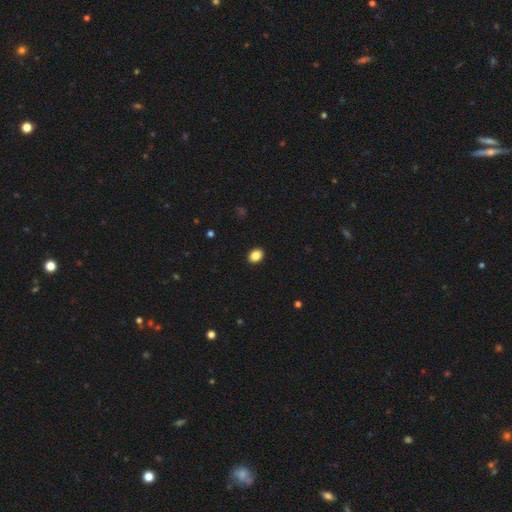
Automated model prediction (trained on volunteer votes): This appears to be a smooth galaxy with no disk features (87%) that is in between round and cigar-shaped (62%). Merging: none (91%).